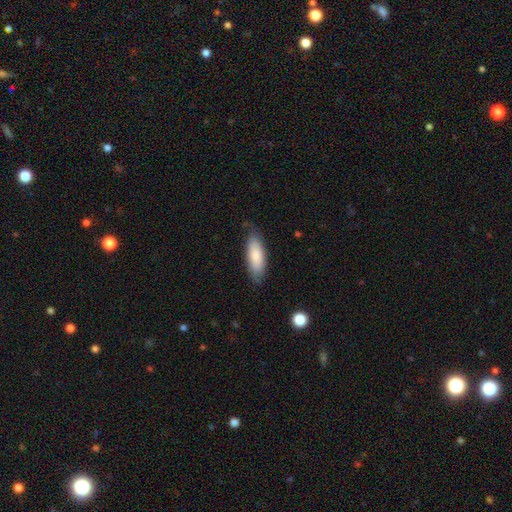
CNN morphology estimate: Smooth or featured: smooth — 83% (featured or disk — 12%)
How rounded: in between — 66% (cigar-shaped — 33%)
Merging: none — 79% (minor disturbance — 16%)